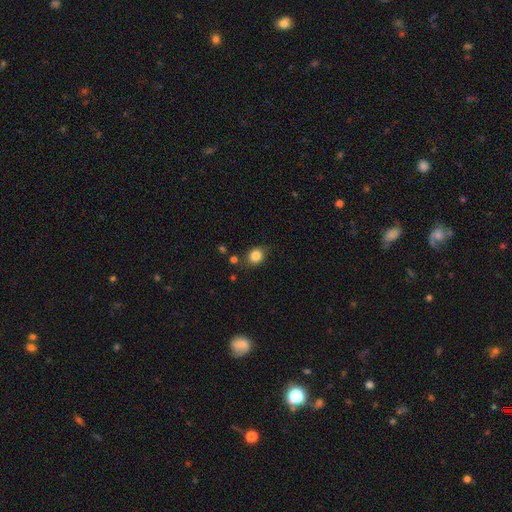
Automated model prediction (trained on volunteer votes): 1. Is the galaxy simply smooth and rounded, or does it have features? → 84% smooth, 10% star or artifact, 6% featured or disk.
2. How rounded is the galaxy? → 56% round, 42% in between, 1% cigar-shaped.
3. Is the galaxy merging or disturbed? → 77% none, 15% minor disturbance, 4% merger, 4% major disturbance.